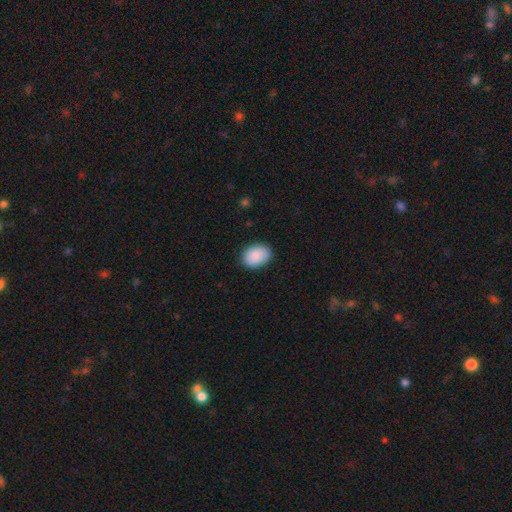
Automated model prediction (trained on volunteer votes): smooth 90%, star or artifact 7%, featured or disk 3%. Down the decision tree: how rounded — in between (75%); merging — none (85%).